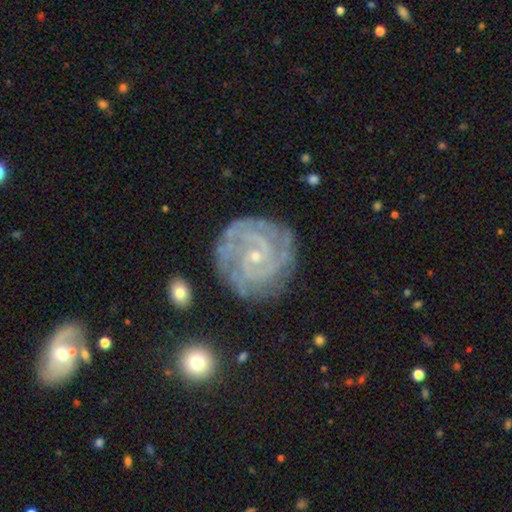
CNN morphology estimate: Smooth or featured: featured or disk — 89% (star or artifact — 6%)
Edge-on disk: no — 98% (yes — 2%)
Bar: no — 64% (weak — 28%)
Spiral arms: yes — 98% (no — 2%)
Spiral winding: tight — 77% (medium — 20%)
Spiral arm count: 2 — 29% (3 — 26%)
Bulge size: small — 82% (moderate — 14%)
Merging: none — 78% (minor disturbance — 15%)